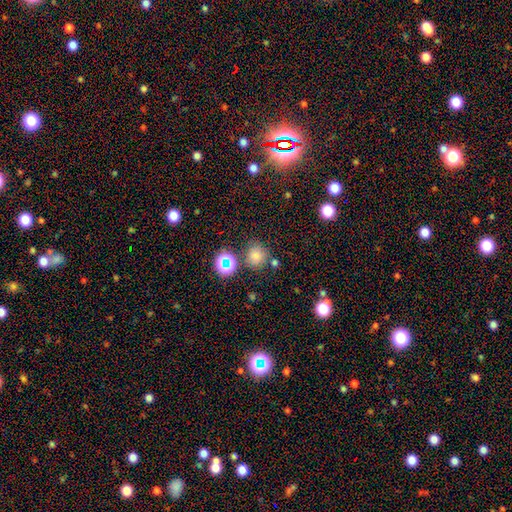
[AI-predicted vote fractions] smooth_or_featured: smooth (p=0.72) [alt: star or artifact p=0.22]
how_rounded: round (p=0.84) [alt: in between p=0.15]
merging: none (p=0.74) [alt: minor disturbance p=0.12]